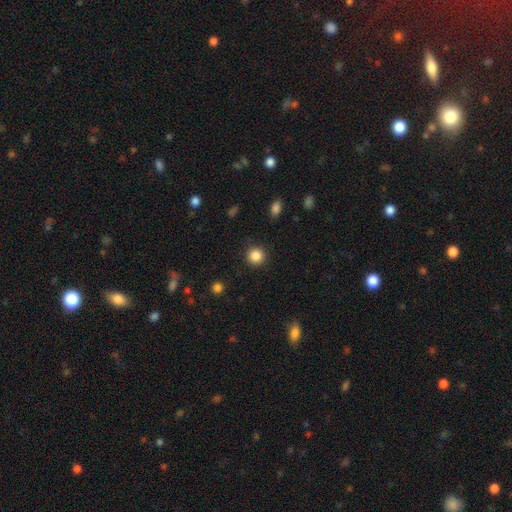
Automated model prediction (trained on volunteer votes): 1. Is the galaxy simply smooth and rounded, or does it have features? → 85% smooth, 11% star or artifact, 4% featured or disk.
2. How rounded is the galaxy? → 95% round, 5% in between, 1% cigar-shaped.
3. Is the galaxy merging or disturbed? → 91% none, 5% minor disturbance, 2% major disturbance, 1% merger.